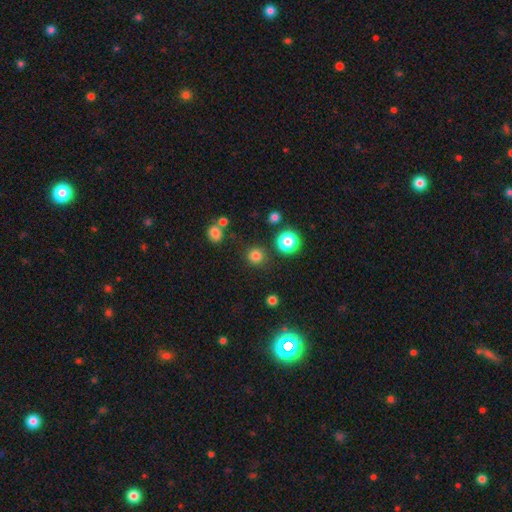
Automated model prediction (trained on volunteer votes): Smooth or featured? Predicted: smooth (p=0.80). How rounded? Predicted: round (p=0.94). Merging? Predicted: none (p=0.88).